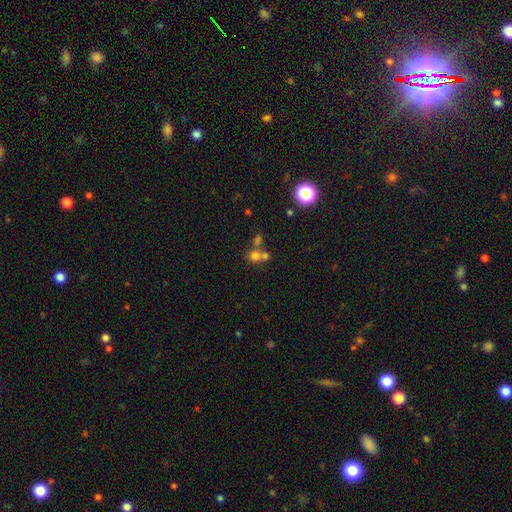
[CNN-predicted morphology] Smooth or featured? smooth (65%)
How rounded? round (80%)
Merging? merger (49%)